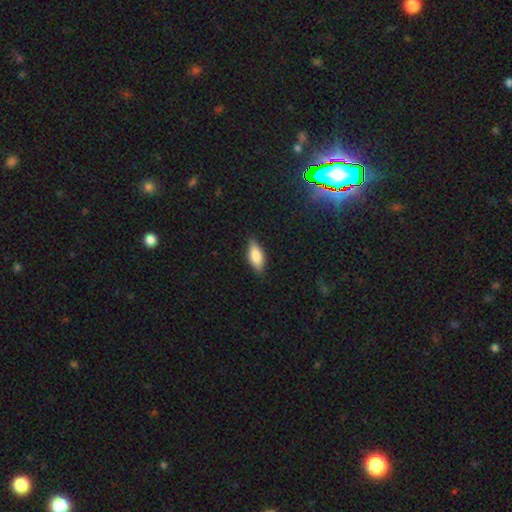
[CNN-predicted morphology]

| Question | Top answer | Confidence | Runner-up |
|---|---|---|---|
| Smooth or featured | smooth | 75% | featured or disk (19%) |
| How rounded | in between | 78% | cigar-shaped (19%) |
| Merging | none | 83% | minor disturbance (13%) |